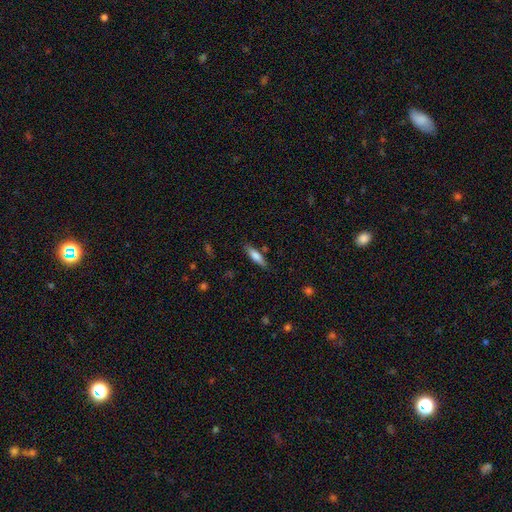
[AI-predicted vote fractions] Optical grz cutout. It shows a smooth galaxy with no disk features (70%) that is cigar-shaped (66%). Merging: none (81%).